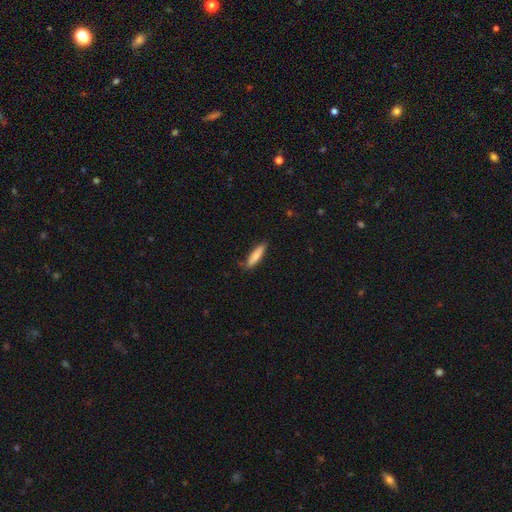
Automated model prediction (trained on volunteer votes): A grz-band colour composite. It shows a smooth galaxy with no disk features (78%) that is cigar-shaped (75%). Merging: none (83%).